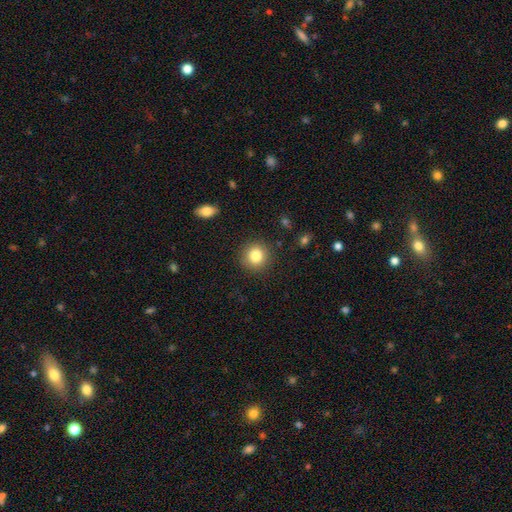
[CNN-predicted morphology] Smooth or featured?
  - smooth: 83% *
  - star or artifact: 10%
  - featured or disk: 7%
How rounded?
  - round: 91% *
  - in between: 8%
  - cigar-shaped: 1%
Merging?
  - none: 89% *
  - minor disturbance: 7%
  - major disturbance: 2%
  - merger: 1%